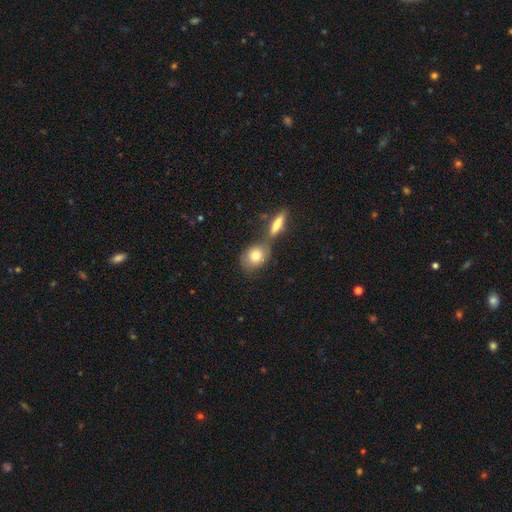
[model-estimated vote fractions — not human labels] Morphology: type=smooth (78%); roundness=in between (53%); merging=none (47%).